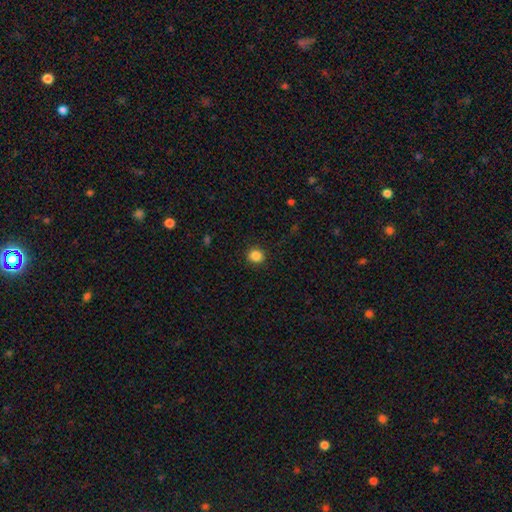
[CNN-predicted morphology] This is clearly a smooth galaxy (86%). How rounded: clearly round (85%). Merging: clearly none (91%).